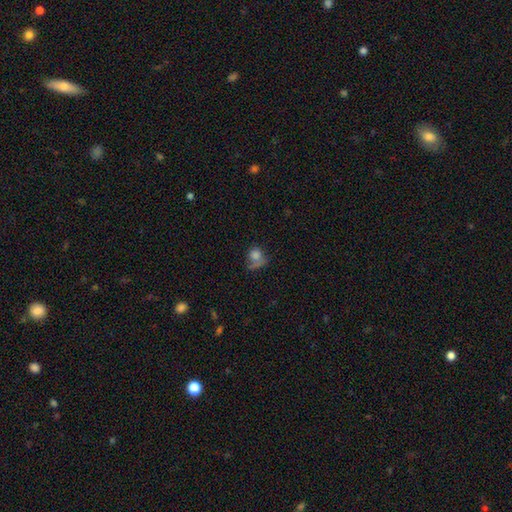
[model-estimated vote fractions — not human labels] The model was most divided on "merging": none: 39%, major disturbance: 24%, minor disturbance: 20%, merger: 17%. More confident: smooth or featured — smooth (72%); how rounded — round (70%).